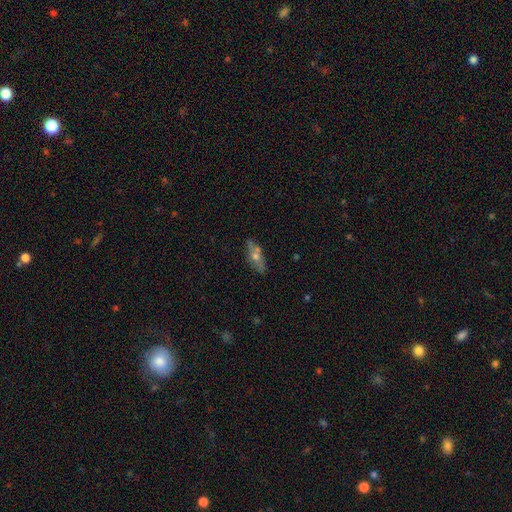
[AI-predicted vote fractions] A smooth galaxy with no disk features (47%).

Vote fractions:
- Smooth or featured? smooth: 47% / featured or disk: 44% / star or artifact: 9%
- Merging? none: 67% / minor disturbance: 17% / merger: 11% / major disturbance: 5%